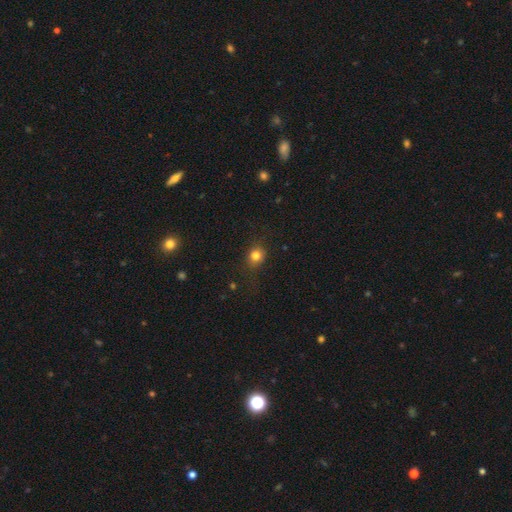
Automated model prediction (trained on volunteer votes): smooth_or_featured: smooth (p=0.81) [alt: star or artifact p=0.13]
how_rounded: round (p=0.78) [alt: in between p=0.21]
merging: none (p=0.80) [alt: minor disturbance p=0.14]